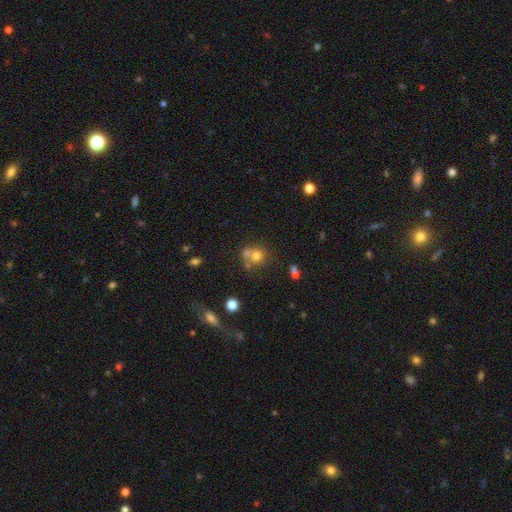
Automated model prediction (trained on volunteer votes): This is likely a smooth galaxy (68%). How rounded: clearly round (80%). Merging: marginally none (43%).